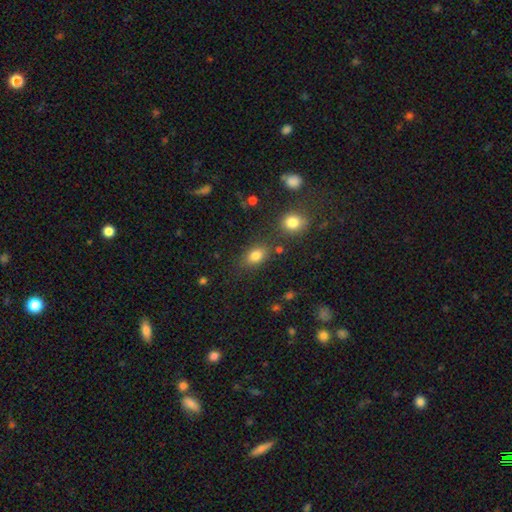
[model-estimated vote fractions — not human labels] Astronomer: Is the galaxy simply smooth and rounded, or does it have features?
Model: smooth — 81%.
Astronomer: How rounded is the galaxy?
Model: in between — 77%.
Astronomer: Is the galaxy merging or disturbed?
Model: none — 75%.